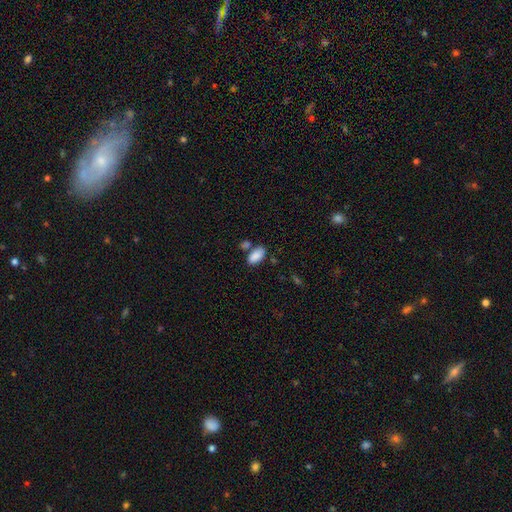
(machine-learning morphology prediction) Smooth or featured: smooth — 88% (star or artifact — 7%)
How rounded: in between — 94% (round — 3%)
Merging: none — 63% (merger — 20%)